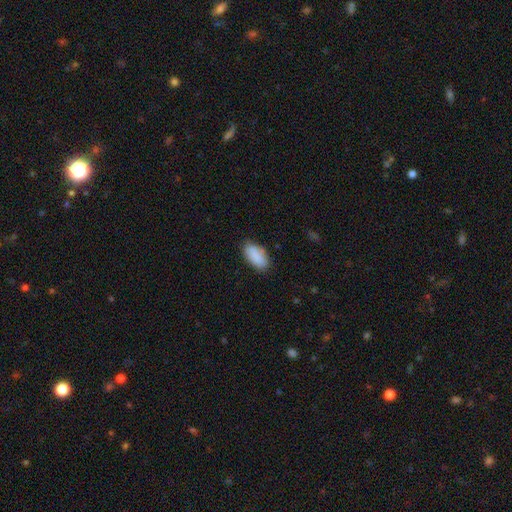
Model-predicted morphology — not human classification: smooth-or-featured: smooth: 88% | star or artifact: 7% | featured or disk: 6%
  how-rounded: in between: 91% | cigar-shaped: 7% | round: 2%
  merging: none: 81% | minor disturbance: 14% | major disturbance: 3% | merger: 2%